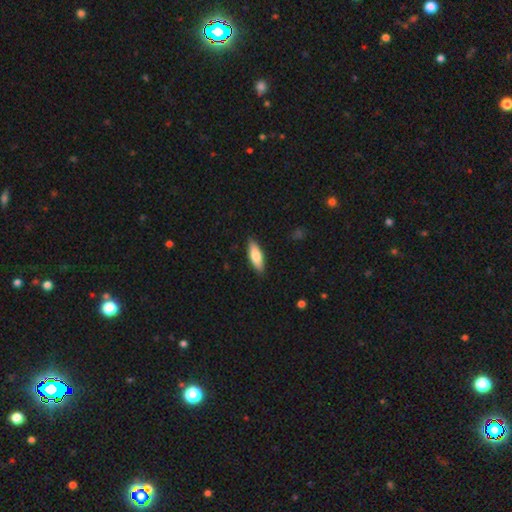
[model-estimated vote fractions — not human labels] A smooth galaxy with no disk features (73%) that is in between round and cigar-shaped (59%). Merging: none (88%).